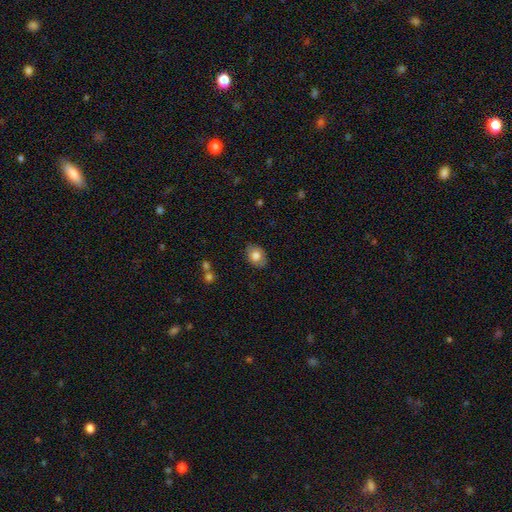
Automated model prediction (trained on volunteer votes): Smooth or featured?
  - smooth: 77% *
  - featured or disk: 15%
  - star or artifact: 7%
How rounded?
  - in between: 75% *
  - round: 24%
  - cigar-shaped: 1%
Merging?
  - none: 84% *
  - minor disturbance: 13%
  - major disturbance: 3%
  - merger: 1%